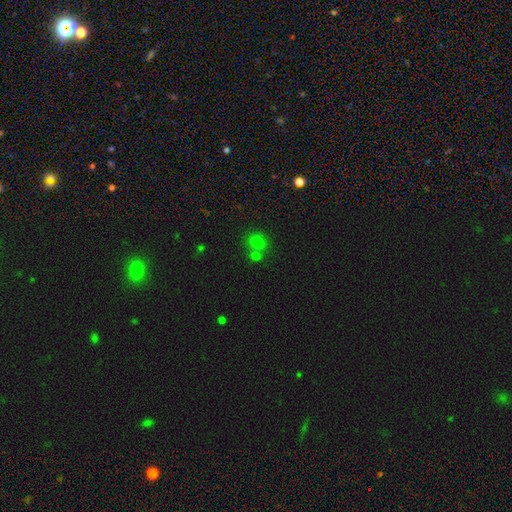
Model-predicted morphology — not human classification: smooth 48%, star or artifact 41%, featured or disk 11%. Down the decision tree: merging — none (61%).